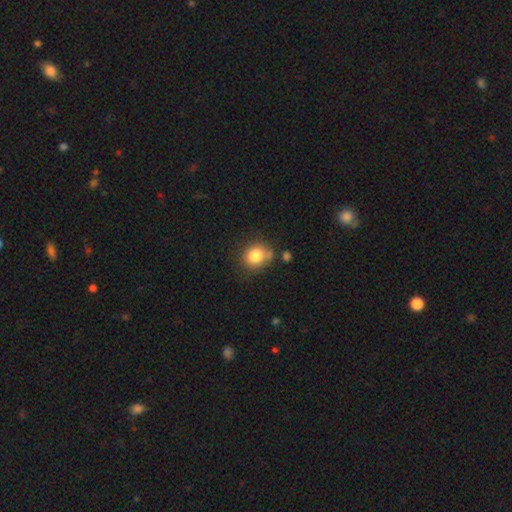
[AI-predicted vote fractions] Morphology: type=smooth (82%); roundness=round (68%); merging=none (64%).